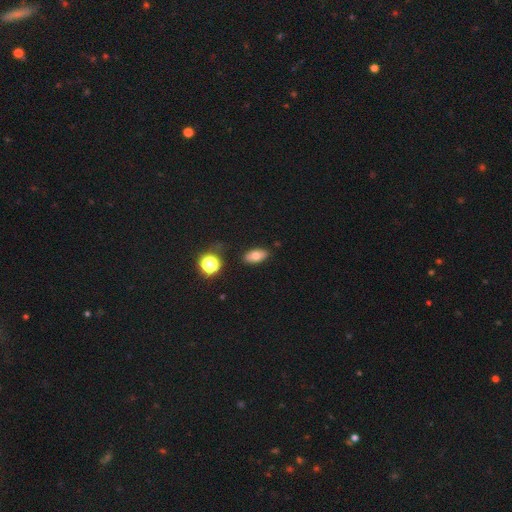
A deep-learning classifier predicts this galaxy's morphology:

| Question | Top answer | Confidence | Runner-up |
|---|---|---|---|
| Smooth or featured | smooth | 71% | featured or disk (18%) |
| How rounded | in between | 89% | round (7%) |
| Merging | none | 85% | minor disturbance (10%) |